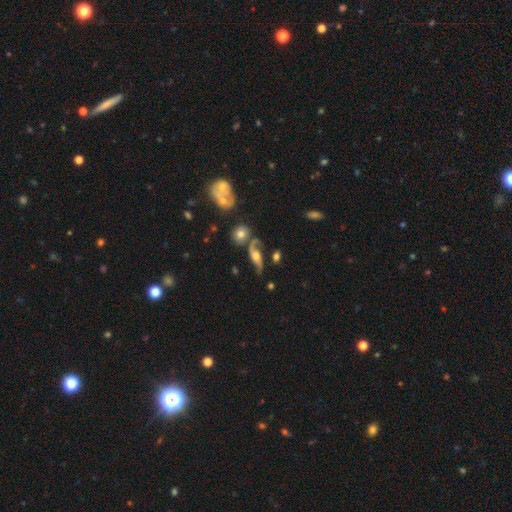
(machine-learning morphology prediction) smooth_or_featured: featured or disk (p=0.73) [alt: smooth p=0.17]
disk_edge_on: no (p=0.73) [alt: yes p=0.27]
bar: no (p=0.62) [alt: weak p=0.28]
has_spiral_arms: yes (p=0.88) [alt: no p=0.12]
bulge_size: moderate (p=0.46) [alt: large p=0.25]
merging: none (p=0.54) [alt: minor disturbance p=0.20]